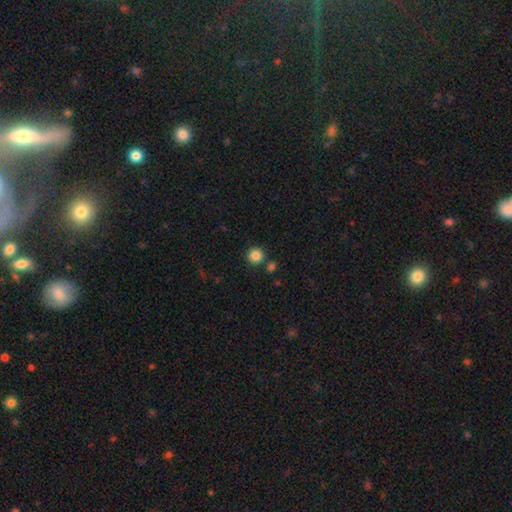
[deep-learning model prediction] smooth 86%, star or artifact 10%, featured or disk 4%. Down the decision tree: how rounded — round (94%); merging — none (83%).